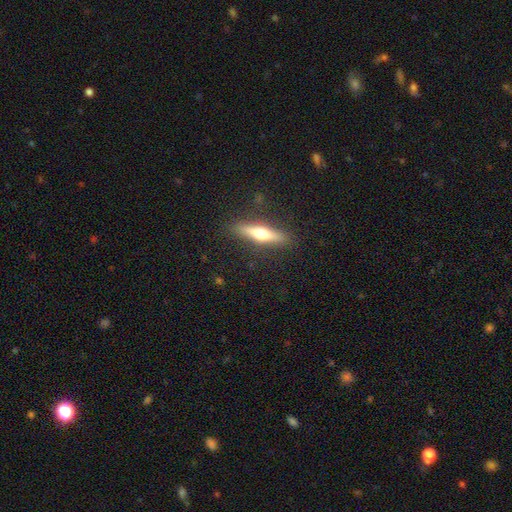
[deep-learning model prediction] smooth_or_featured: featured or disk (p=0.65) [alt: smooth p=0.28]
disk_edge_on: yes (p=0.95) [alt: no p=0.05]
edge_on_bulge: rounded (p=0.94) [alt: none p=0.03]
merging: none (p=0.89) [alt: minor disturbance p=0.07]